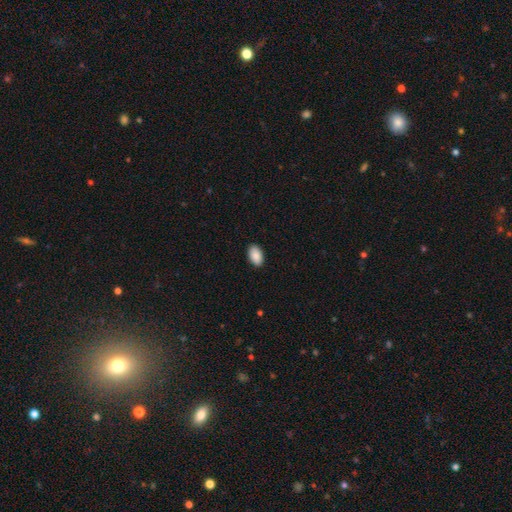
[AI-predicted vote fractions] A smooth galaxy with no disk features (90%) that is in between round and cigar-shaped (94%). Merging: none (89%).